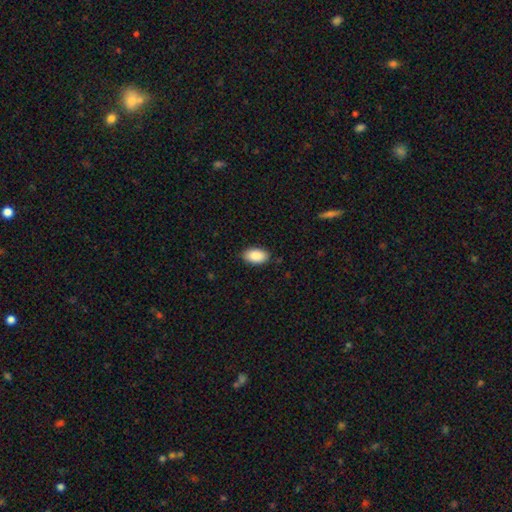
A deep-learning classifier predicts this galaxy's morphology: Smooth or featured?
  - smooth: 89% *
  - star or artifact: 6%
  - featured or disk: 4%
How rounded?
  - in between: 94% *
  - round: 4%
  - cigar-shaped: 1%
Merging?
  - none: 87% *
  - minor disturbance: 10%
  - major disturbance: 2%
  - merger: 1%